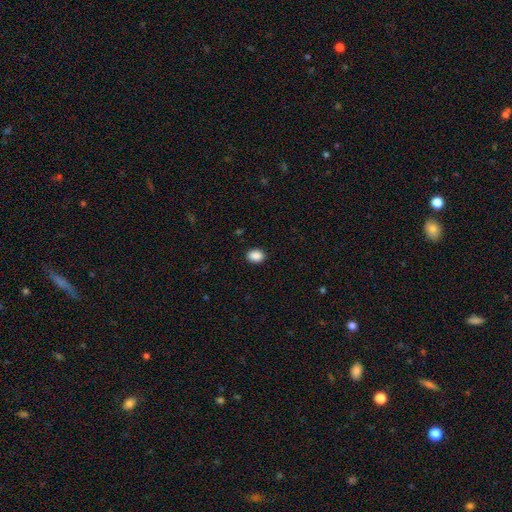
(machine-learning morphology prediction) A smooth galaxy with no disk features (89%) that is in between round and cigar-shaped (55%).

Vote fractions:
- Smooth or featured? smooth: 89% / star or artifact: 8% / featured or disk: 3%
- How rounded? in between: 55% / round: 44% / cigar-shaped: 1%
- Merging? none: 91% / minor disturbance: 6% / major disturbance: 2% / merger: 1%